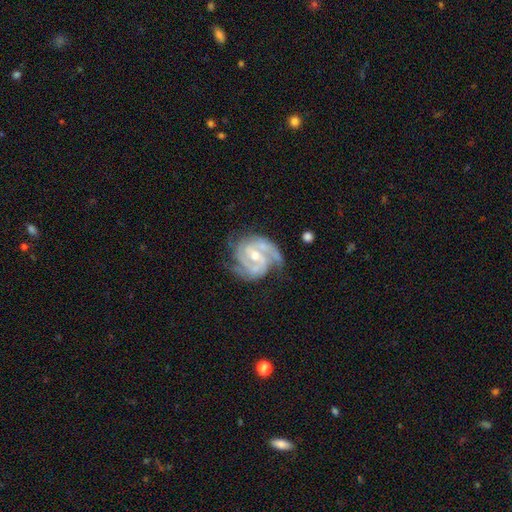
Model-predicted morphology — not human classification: Smooth or featured? featured or disk (91%)
Edge-on disk? no (98%)
Bar? weak (49%)
Spiral arms? yes (98%)
Spiral winding? tight (56%)
Spiral arm count? 2 (50%)
Bulge size? moderate (59%)
Merging? none (65%)